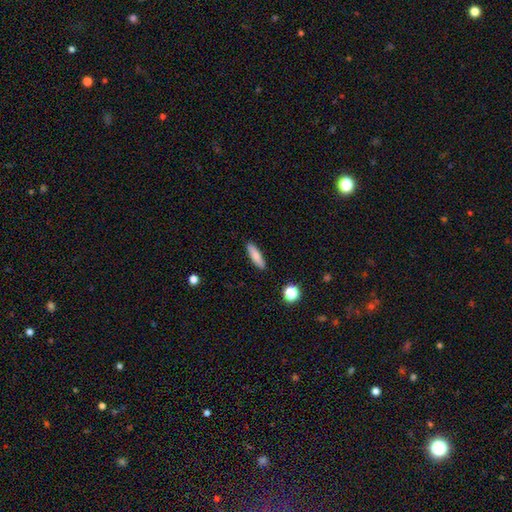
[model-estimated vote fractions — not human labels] Smooth or featured?
  - smooth: 80% *
  - featured or disk: 13%
  - star or artifact: 7%
How rounded?
  - cigar-shaped: 71% *
  - in between: 27%
  - round: 2%
Merging?
  - none: 89% *
  - minor disturbance: 7%
  - major disturbance: 2%
  - merger: 2%